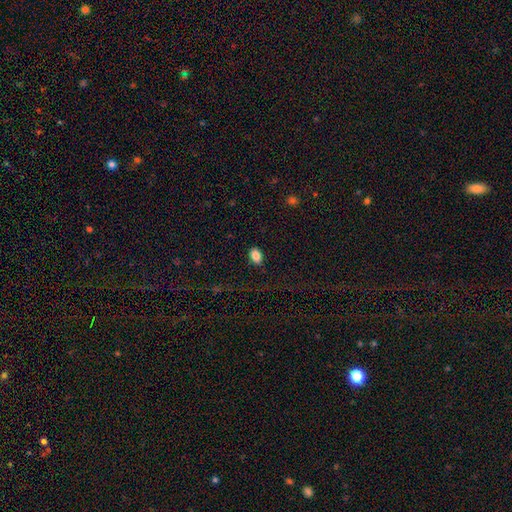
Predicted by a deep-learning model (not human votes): A smooth galaxy with no disk features (86%) that is in between round and cigar-shaped (84%). Merging: none (86%).